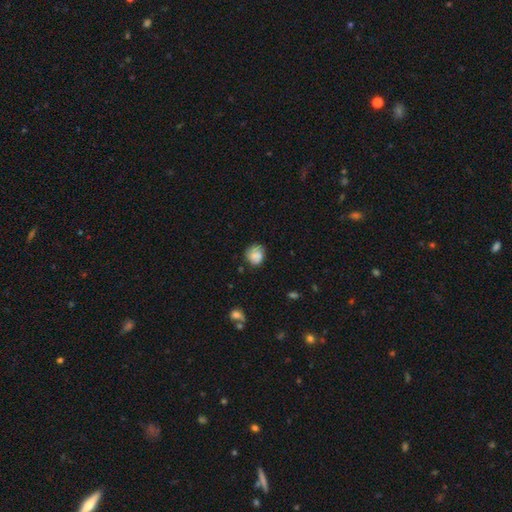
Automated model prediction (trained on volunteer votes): Q: Smooth or featured?
A: smooth (78%); runner-up: featured or disk (14%)
Q: How rounded?
A: round (74%); runner-up: in between (25%)
Q: Merging?
A: none (64%); runner-up: minor disturbance (27%)